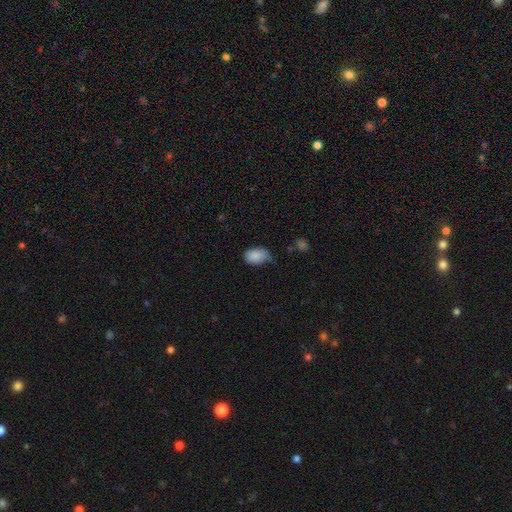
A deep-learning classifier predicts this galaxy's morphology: A smooth galaxy with no disk features (87%) that is in between round and cigar-shaped (84%).

Vote fractions:
- Smooth or featured? smooth: 87% / star or artifact: 8% / featured or disk: 6%
- How rounded? in between: 84% / round: 15% / cigar-shaped: 1%
- Merging? none: 53% / minor disturbance: 37% / major disturbance: 8% / merger: 2%